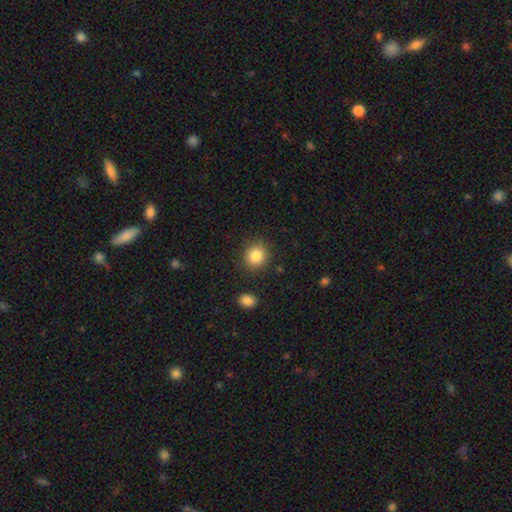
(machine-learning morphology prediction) Q: Smooth or featured?
A: smooth (85%); runner-up: star or artifact (10%)
Q: How rounded?
A: round (84%); runner-up: in between (15%)
Q: Merging?
A: none (86%); runner-up: minor disturbance (9%)